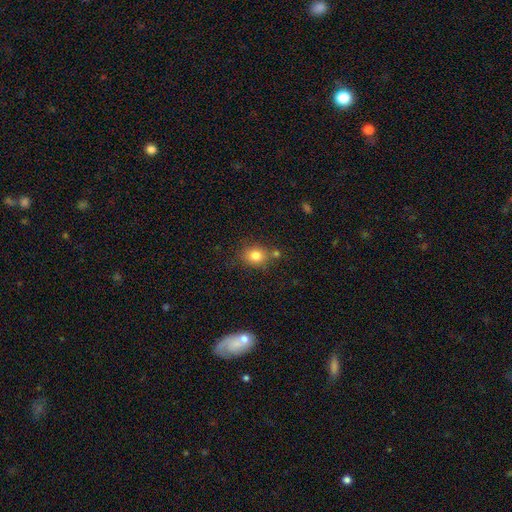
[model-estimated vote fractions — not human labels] Overall: smooth (80%). How rounded: round (60%; in between 38%). Merging: none (67%).